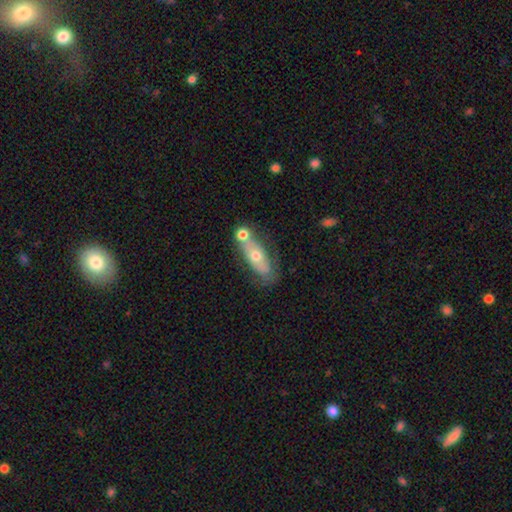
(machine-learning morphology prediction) A smooth galaxy with no disk features (50%).

Vote fractions:
- Smooth or featured? smooth: 50% / featured or disk: 43% / star or artifact: 7%
- Merging? none: 51% / merger: 27% / minor disturbance: 16% / major disturbance: 6%